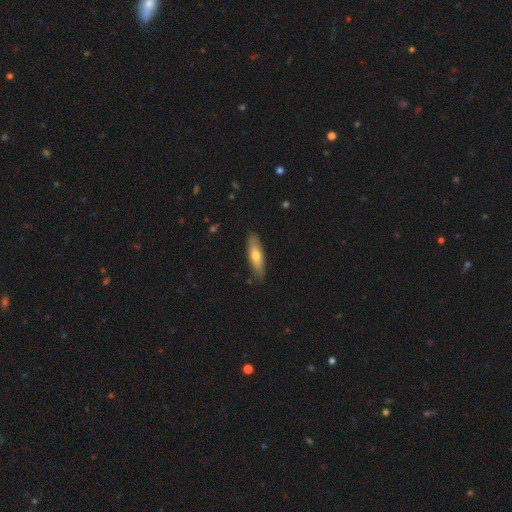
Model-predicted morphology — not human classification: Smooth or featured? smooth (61%)
How rounded? cigar-shaped (60%)
Merging? none (86%)